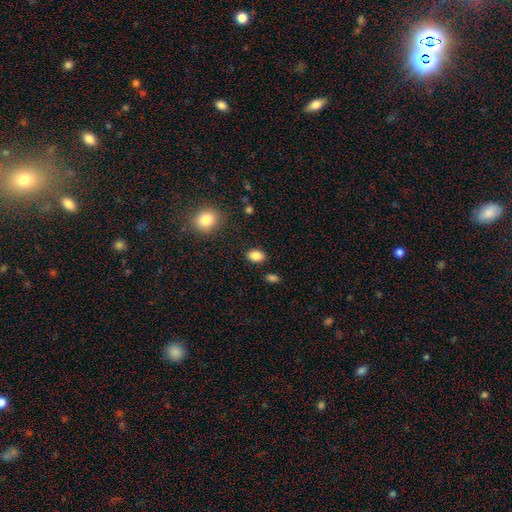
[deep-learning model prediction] smooth-or-featured: smooth: 86% | star or artifact: 9% | featured or disk: 5%
  how-rounded: in between: 82% | round: 17% | cigar-shaped: 1%
  merging: none: 86% | minor disturbance: 9% | major disturbance: 3% | merger: 2%